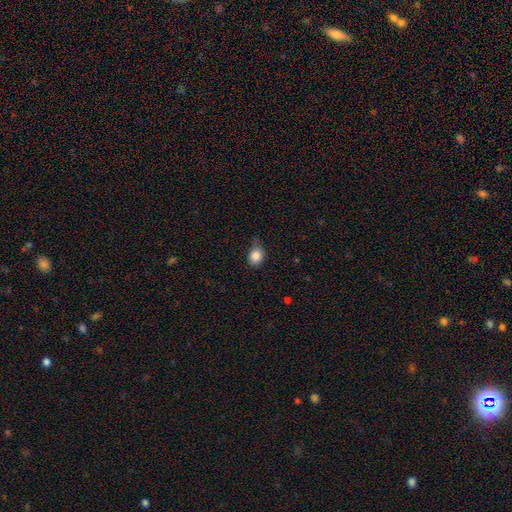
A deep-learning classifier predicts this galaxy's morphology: A smooth galaxy with no disk features (85%) that is round (62%). Merging: none (58%).